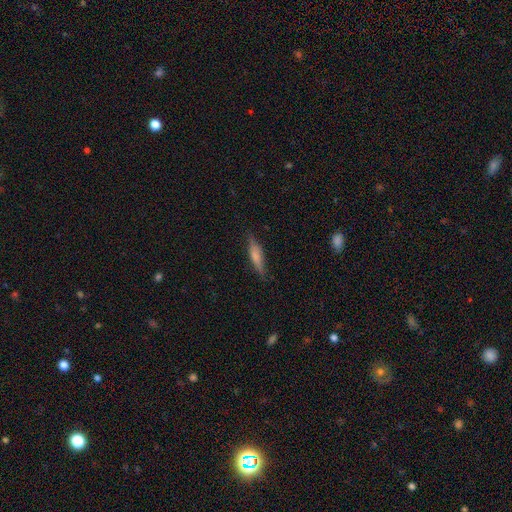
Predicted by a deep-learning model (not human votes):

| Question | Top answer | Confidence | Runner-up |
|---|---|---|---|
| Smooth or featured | smooth | 64% | featured or disk (29%) |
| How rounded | cigar-shaped | 76% | in between (23%) |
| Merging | none | 79% | minor disturbance (16%) |